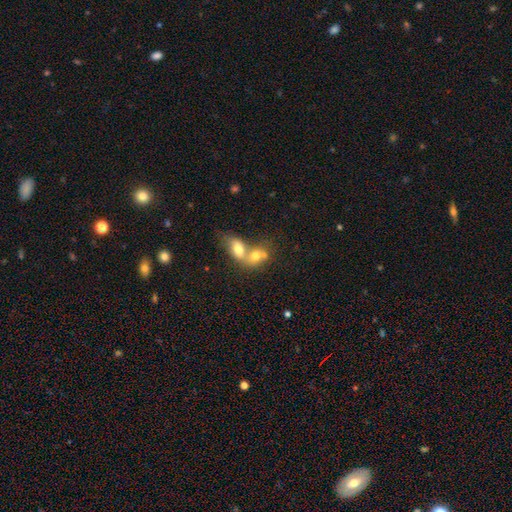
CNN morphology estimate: This is likely a smooth galaxy (70%). How rounded: likely in between (62%). Merging: likely merger (75%).